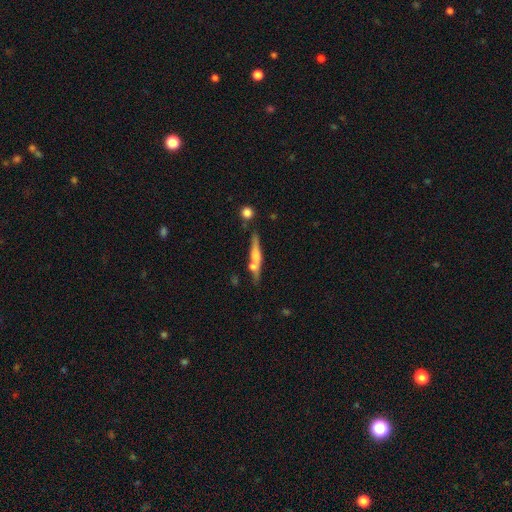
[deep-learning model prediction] This is possibly a featured or disk galaxy (54%). It is clearly viewed edge-on (93%). Edge-on bulge: likely rounded (71%). Merging: likely none (68%).